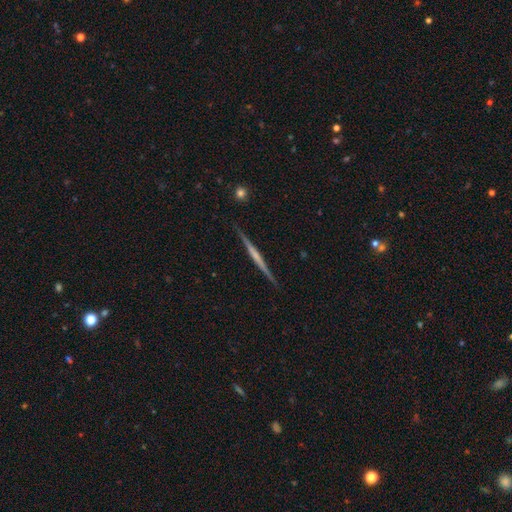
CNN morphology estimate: smooth-or-featured: featured or disk: 71% | smooth: 23% | star or artifact: 6%
  disk-edge-on: yes: 98% | no: 2%
    edge-on-bulge: none: 61% | rounded: 28% | boxy: 11%
  merging: none: 90% | minor disturbance: 7% | major disturbance: 1% | merger: 1%